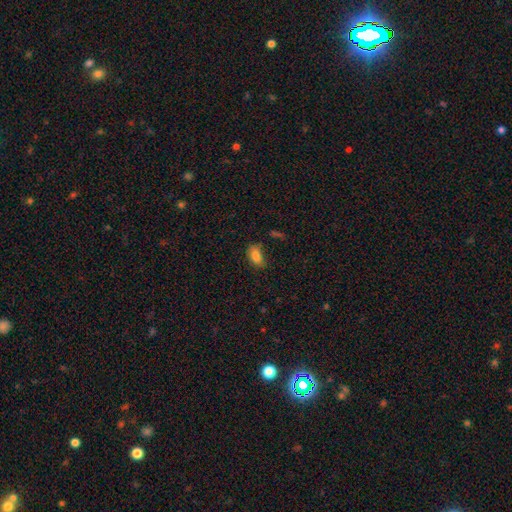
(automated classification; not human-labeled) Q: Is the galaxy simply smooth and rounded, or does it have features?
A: smooth — 83%.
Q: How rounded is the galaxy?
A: in between — 88%.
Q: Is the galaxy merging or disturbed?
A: none — 63%.